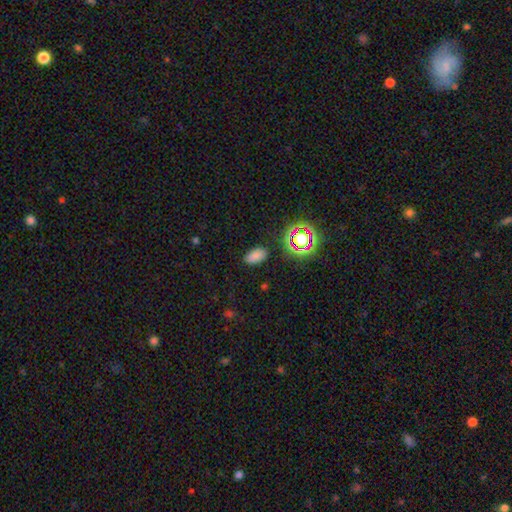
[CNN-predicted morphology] Smooth or featured?
  - smooth: 74% *
  - star or artifact: 20%
  - featured or disk: 6%
How rounded?
  - in between: 92% *
  - round: 6%
  - cigar-shaped: 3%
Merging?
  - none: 84% *
  - minor disturbance: 11%
  - major disturbance: 3%
  - merger: 2%